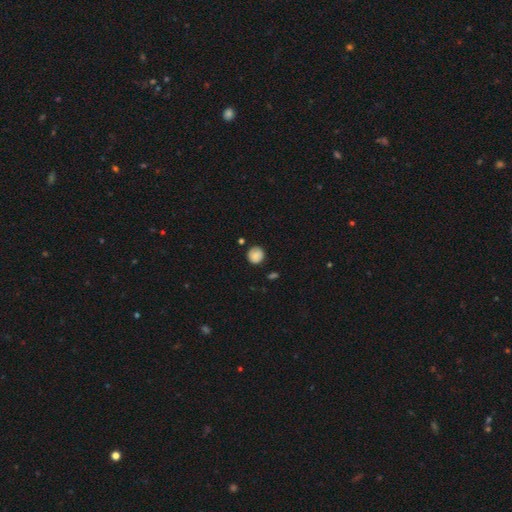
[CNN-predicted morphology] Smooth or featured: smooth — 83% (featured or disk — 9%)
How rounded: round — 90% (in between — 9%)
Merging: none — 82% (minor disturbance — 13%)